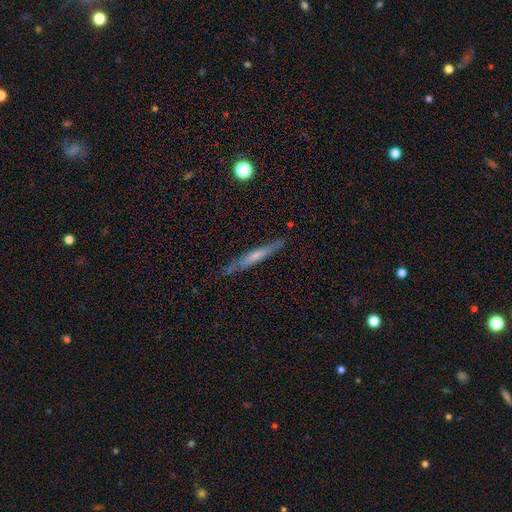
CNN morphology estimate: This is possibly a smooth galaxy (47%). Merging: likely none (78%).